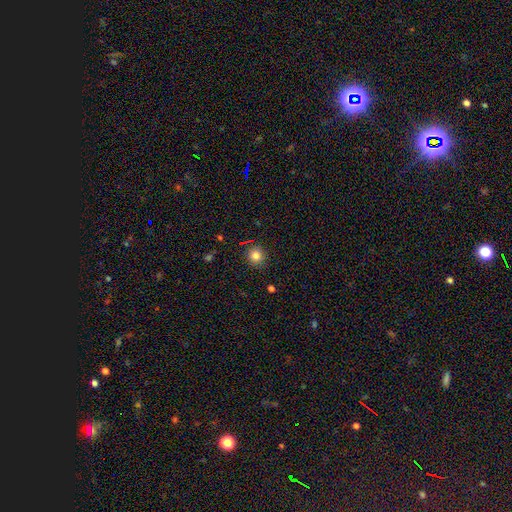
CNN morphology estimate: type=smooth (81%); roundness=round (92%); merging=none (87%).